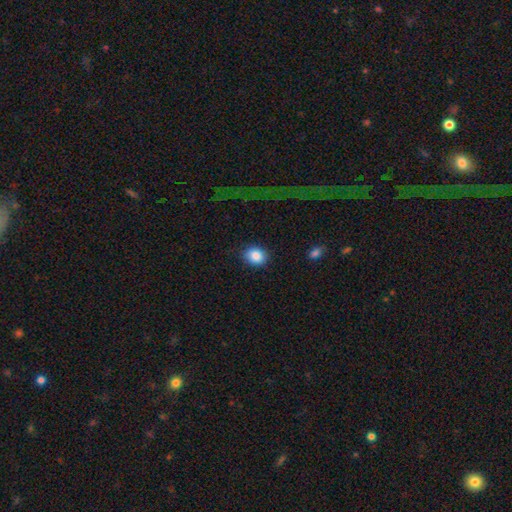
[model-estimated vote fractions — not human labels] Morphology: type=smooth (86%); roundness=round (59%); merging=none (85%).